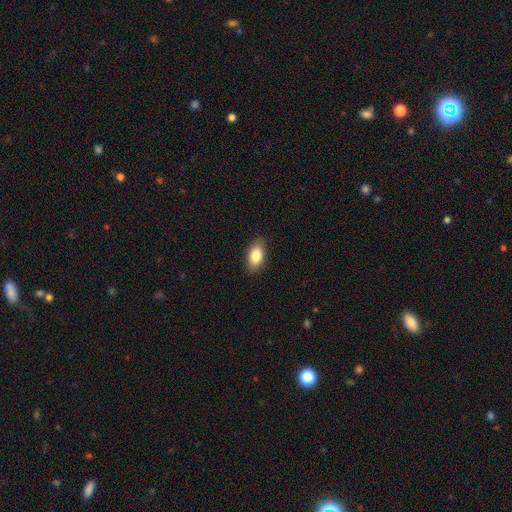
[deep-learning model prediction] Smooth or featured?
  - smooth: 83% *
  - featured or disk: 10%
  - star or artifact: 7%
How rounded?
  - in between: 89% *
  - round: 8%
  - cigar-shaped: 3%
Merging?
  - none: 86% *
  - minor disturbance: 10%
  - major disturbance: 2%
  - merger: 1%